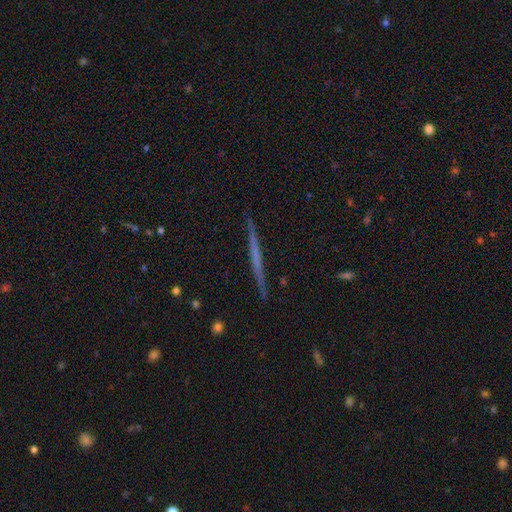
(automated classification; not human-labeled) smooth_or_featured: featured or disk (p=0.60) [alt: smooth p=0.34]
disk_edge_on: yes (p=0.98) [alt: no p=0.02]
edge_on_bulge: none (p=0.87) [alt: rounded p=0.08]
merging: none (p=0.91) [alt: minor disturbance p=0.06]